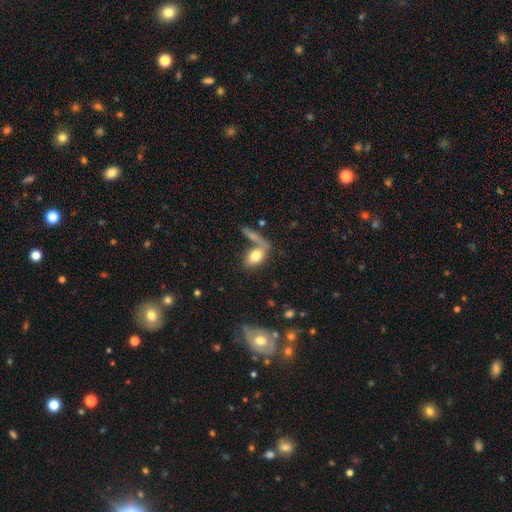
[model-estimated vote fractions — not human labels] smooth-or-featured: smooth: 75% | featured or disk: 18% | star or artifact: 7%
  how-rounded: in between: 84% | round: 9% | cigar-shaped: 7%
  merging: none: 42% | merger: 34% | minor disturbance: 13% | major disturbance: 11%